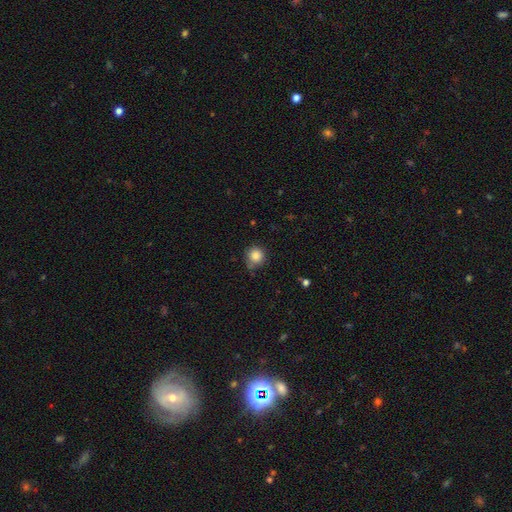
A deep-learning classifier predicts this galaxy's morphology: Q: Smooth or featured?
A: smooth (85%); runner-up: star or artifact (10%)
Q: How rounded?
A: round (92%); runner-up: in between (7%)
Q: Merging?
A: none (71%); runner-up: minor disturbance (21%)